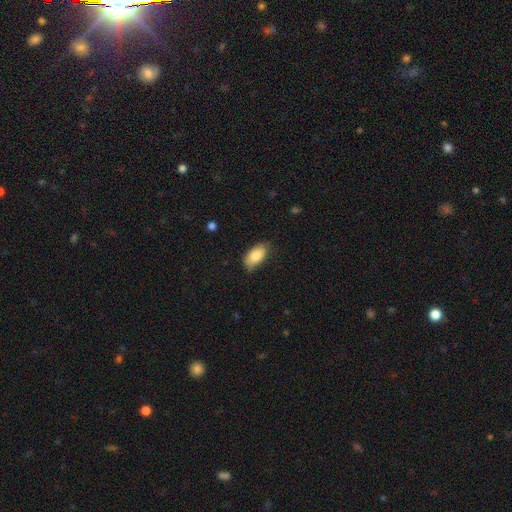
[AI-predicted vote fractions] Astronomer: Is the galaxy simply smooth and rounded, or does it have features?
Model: smooth — 84%.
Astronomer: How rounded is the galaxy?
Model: in between — 93%.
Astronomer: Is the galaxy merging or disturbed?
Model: none — 76%.